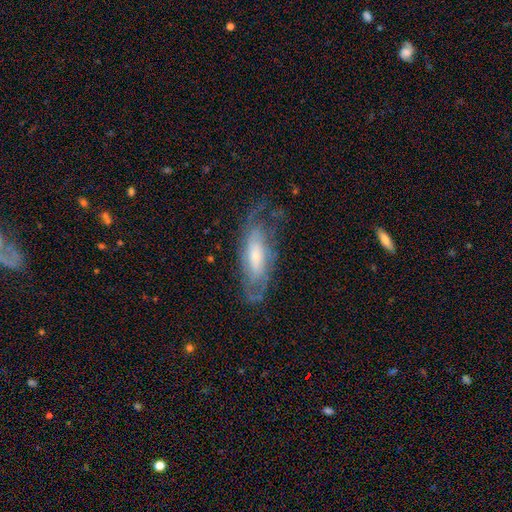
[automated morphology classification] Smooth or featured? featured or disk (73%)
Edge-on disk? no (83%)
Bar? no (55%)
Spiral arms? yes (87%)
Spiral winding? tight (44%)
Spiral arm count? can't tell (43%)
Bulge size? small (47%)
Merging? none (61%)